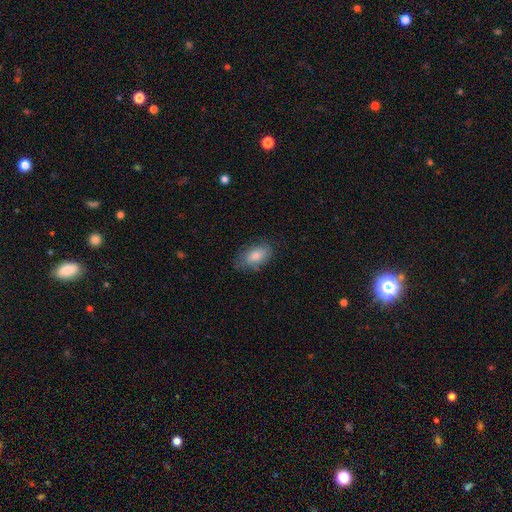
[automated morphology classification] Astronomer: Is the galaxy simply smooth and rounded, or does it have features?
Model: smooth — 76%.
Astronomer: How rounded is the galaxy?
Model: in between — 90%.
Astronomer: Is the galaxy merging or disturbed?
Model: none — 73%.